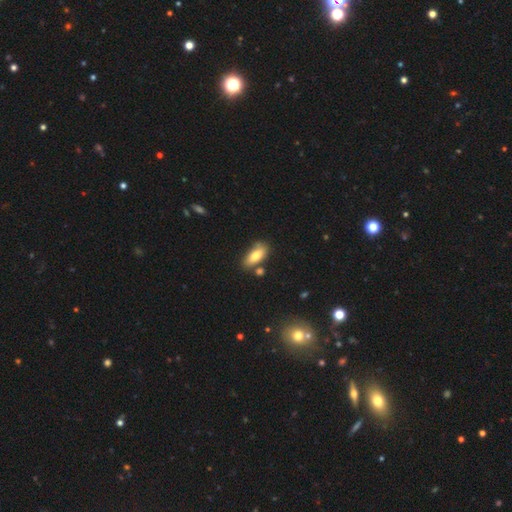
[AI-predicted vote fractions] The model was most divided on "merging": none: 68%, minor disturbance: 18%, merger: 11%, major disturbance: 4%. More confident: how rounded — in between (83%); smooth or featured — smooth (75%).